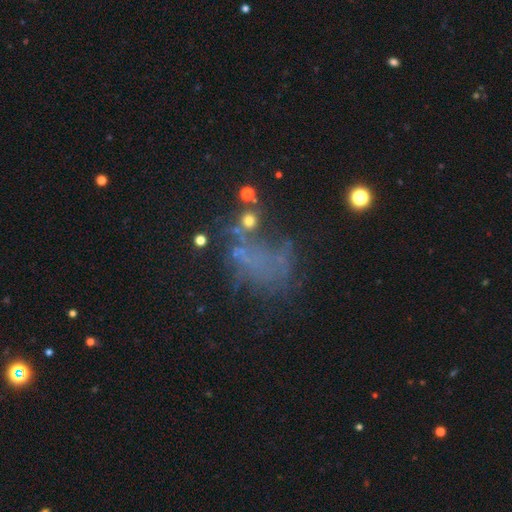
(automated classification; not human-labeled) Smooth or featured? featured or disk (39%)
Merging? none (40%)